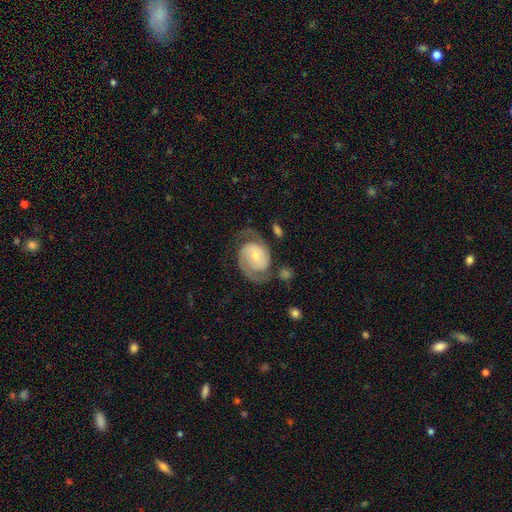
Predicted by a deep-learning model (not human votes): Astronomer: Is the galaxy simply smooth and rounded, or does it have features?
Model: featured or disk — 85%.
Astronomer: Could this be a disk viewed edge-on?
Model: no — 98%.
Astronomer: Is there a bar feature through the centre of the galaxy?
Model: no — 56% (runner-up: weak, 34%).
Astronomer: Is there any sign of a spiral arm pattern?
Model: yes — 96%.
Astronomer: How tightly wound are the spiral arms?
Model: tight — 43%, tied with medium at 43%.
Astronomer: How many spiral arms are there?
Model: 2 — 87%.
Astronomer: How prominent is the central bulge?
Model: small — 61%.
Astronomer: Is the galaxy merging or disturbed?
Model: none — 64%.